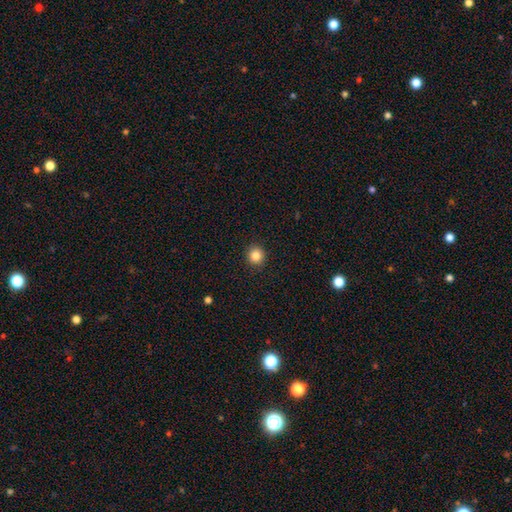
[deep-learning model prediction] smooth-or-featured: smooth: 84% | star or artifact: 11% | featured or disk: 5%
  how-rounded: round: 93% | in between: 6% | cigar-shaped: 1%
  merging: none: 92% | minor disturbance: 5% | major disturbance: 2% | merger: 1%